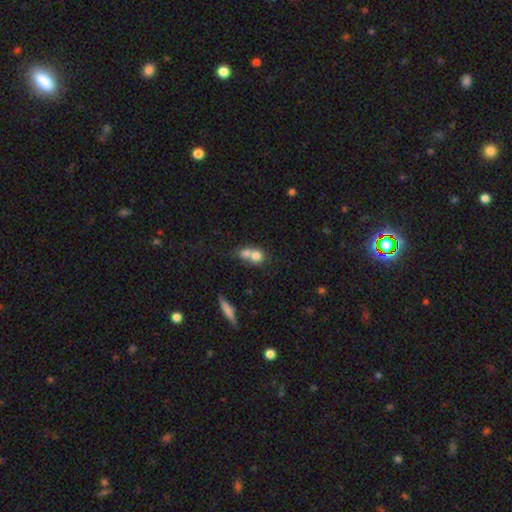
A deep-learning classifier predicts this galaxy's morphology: Smooth or featured?
  - smooth: 72% *
  - featured or disk: 18%
  - star or artifact: 10%
How rounded?
  - round: 71% *
  - in between: 26%
  - cigar-shaped: 3%
Merging?
  - merger: 67% *
  - none: 24%
  - minor disturbance: 6%
  - major disturbance: 4%